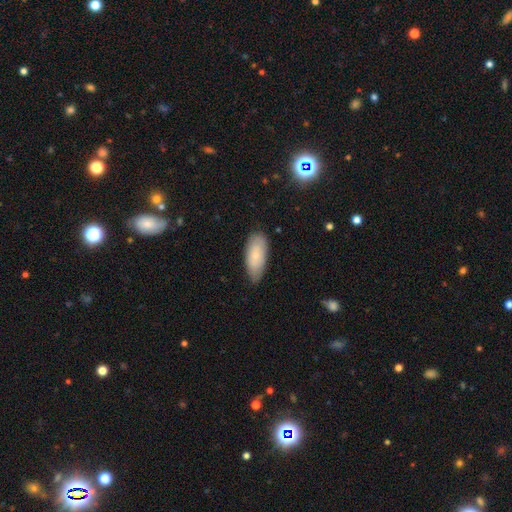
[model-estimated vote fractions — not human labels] smooth 70%, featured or disk 24%, star or artifact 6%. Down the decision tree: how rounded — in between (87%); merging — none (76%).